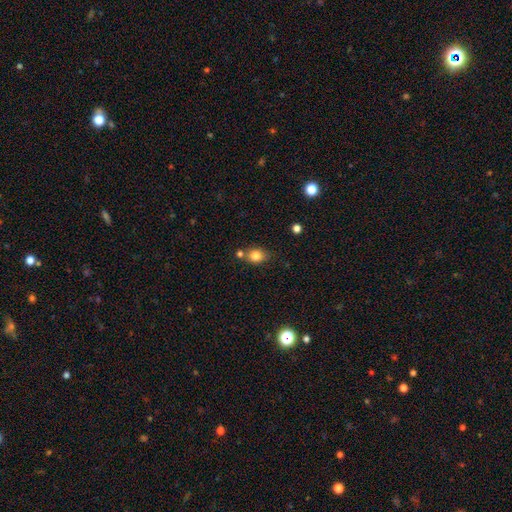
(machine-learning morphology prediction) Smooth or featured: smooth — 81% (star or artifact — 11%)
How rounded: round — 53% (in between — 45%)
Merging: none — 63% (merger — 17%)